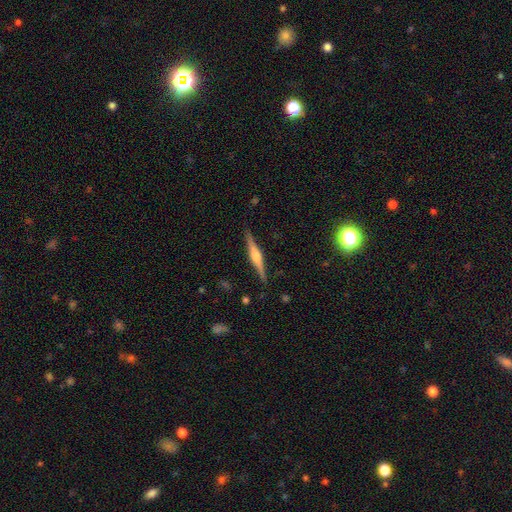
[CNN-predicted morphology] Q: Smooth or featured?
A: featured or disk (72%); runner-up: smooth (22%)
Q: Edge-on disk?
A: yes (98%); runner-up: no (2%)
Q: Edge-on bulge?
A: rounded (81%); runner-up: boxy (14%)
Q: Merging?
A: none (88%); runner-up: minor disturbance (9%)